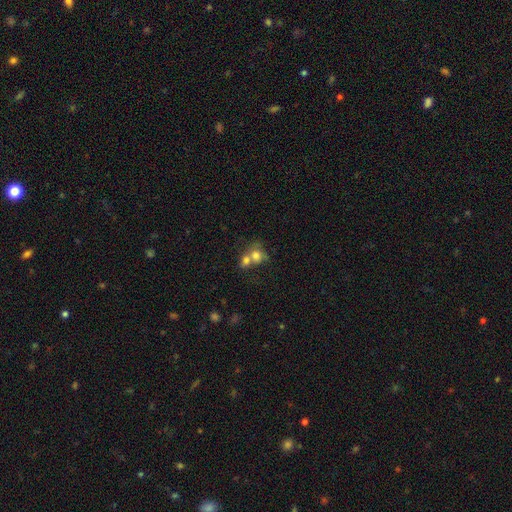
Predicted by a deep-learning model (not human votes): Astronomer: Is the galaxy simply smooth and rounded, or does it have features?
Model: smooth — 71%.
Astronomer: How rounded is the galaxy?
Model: round — 60% (runner-up: in between, 39%).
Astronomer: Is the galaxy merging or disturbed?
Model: merger — 65%.